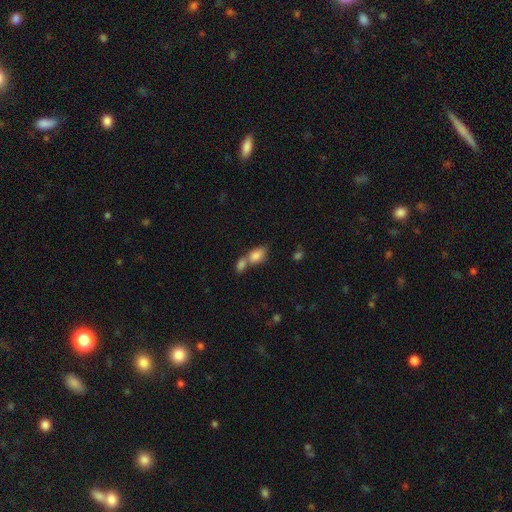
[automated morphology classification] Smooth or featured: smooth — 82% (featured or disk — 10%)
How rounded: in between — 87% (round — 9%)
Merging: merger — 61% (none — 27%)